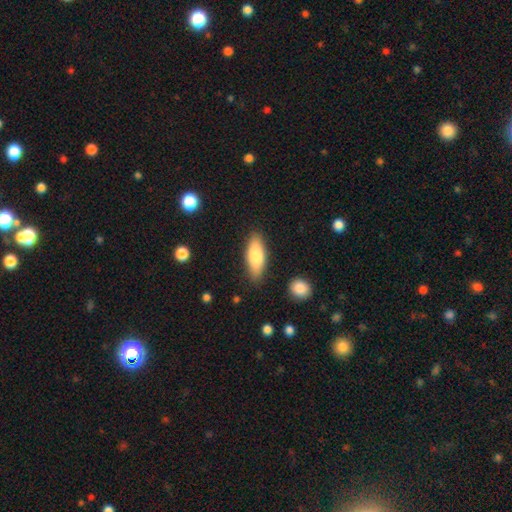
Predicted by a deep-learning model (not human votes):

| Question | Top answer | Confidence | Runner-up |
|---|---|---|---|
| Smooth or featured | smooth | 77% | featured or disk (17%) |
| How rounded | in between | 70% | cigar-shaped (28%) |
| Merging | none | 83% | minor disturbance (12%) |